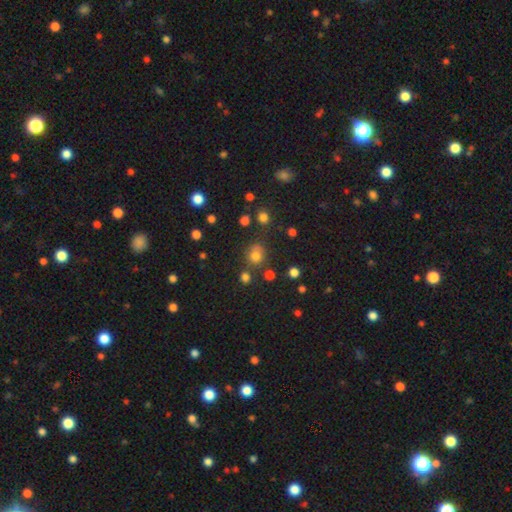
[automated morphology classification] A smooth galaxy with no disk features (73%) that is round (82%). Merging: none (70%).